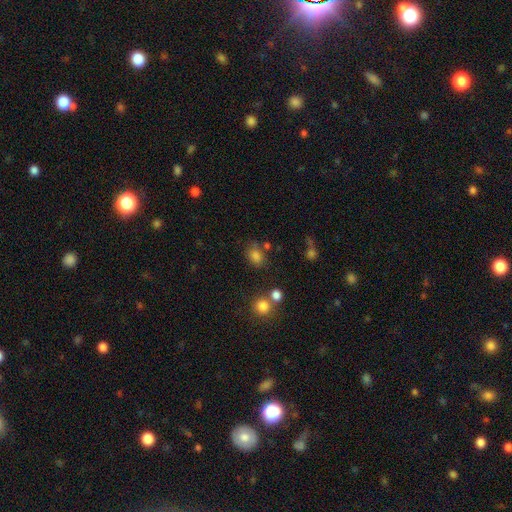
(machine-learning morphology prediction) A smooth galaxy with no disk features (79%) that is in between round and cigar-shaped (67%).

Vote fractions:
- Smooth or featured? smooth: 79% / star or artifact: 14% / featured or disk: 7%
- How rounded? in between: 67% / round: 32% / cigar-shaped: 1%
- Merging? none: 66% / minor disturbance: 16% / merger: 11% / major disturbance: 6%